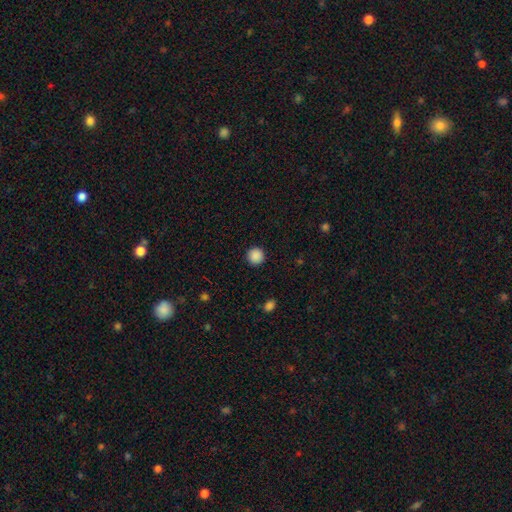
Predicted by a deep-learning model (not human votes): smooth 88%, star or artifact 9%, featured or disk 2%. Down the decision tree: how rounded — round (95%); merging — none (92%).